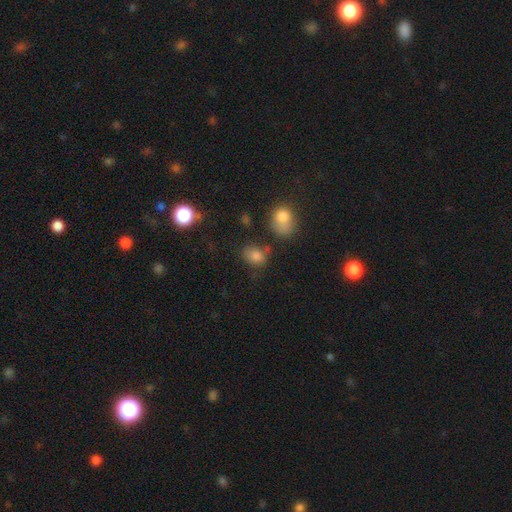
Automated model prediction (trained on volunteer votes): A smooth galaxy with no disk features (79%) that is in between round and cigar-shaped (64%).

Vote fractions:
- Smooth or featured? smooth: 79% / star or artifact: 13% / featured or disk: 8%
- How rounded? in between: 64% / round: 34% / cigar-shaped: 1%
- Merging? none: 56% / minor disturbance: 21% / merger: 14% / major disturbance: 9%